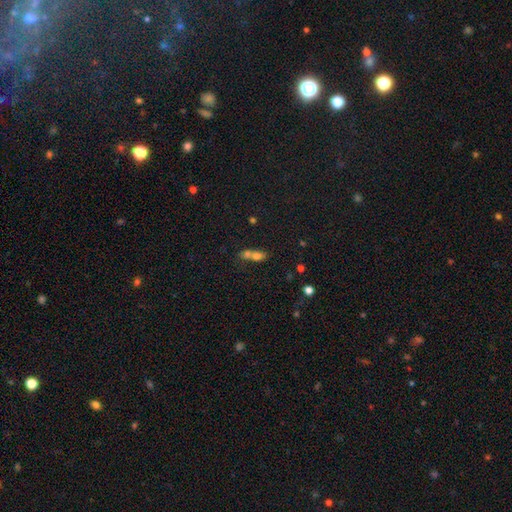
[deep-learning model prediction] smooth 67%, featured or disk 18%, star or artifact 14%. Down the decision tree: how rounded — in between (60%); merging — merger (68%).